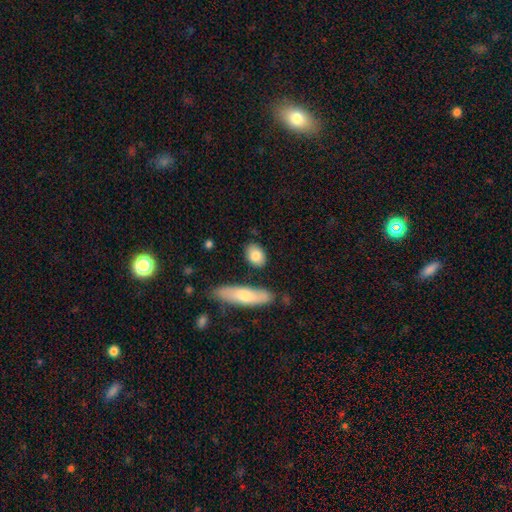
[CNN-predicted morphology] type=smooth (81%); roundness=in between (75%); merging=none (78%).